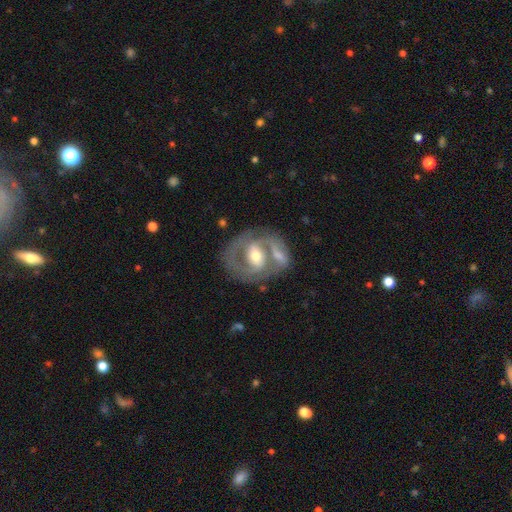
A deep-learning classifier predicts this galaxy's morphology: smooth_or_featured: featured or disk (p=0.76) [alt: smooth p=0.19]
disk_edge_on: no (p=0.96) [alt: yes p=0.04]
bar: weak (p=0.37) [alt: strong p=0.34]
has_spiral_arms: yes (p=0.71) [alt: no p=0.29]
spiral_winding: medium (p=0.44) [alt: tight p=0.40]
spiral_arm_count: 2 (p=0.72) [alt: can't tell p=0.13]
bulge_size: moderate (p=0.69) [alt: small p=0.22]
merging: none (p=0.47) [alt: merger p=0.27]